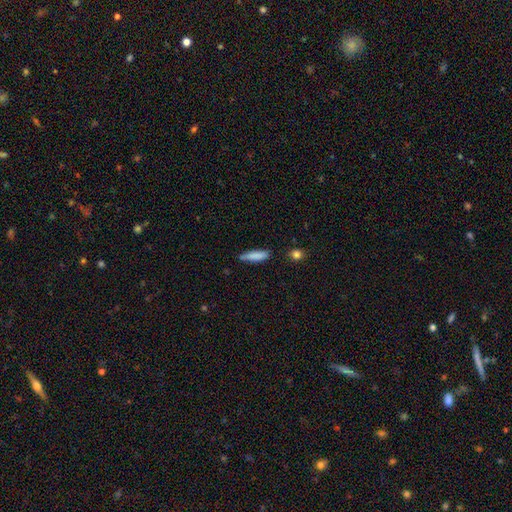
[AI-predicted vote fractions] smooth-or-featured: smooth: 83% | featured or disk: 11% | star or artifact: 7%
  how-rounded: cigar-shaped: 73% | in between: 25% | round: 2%
  merging: none: 70% | minor disturbance: 23% | major disturbance: 4% | merger: 3%